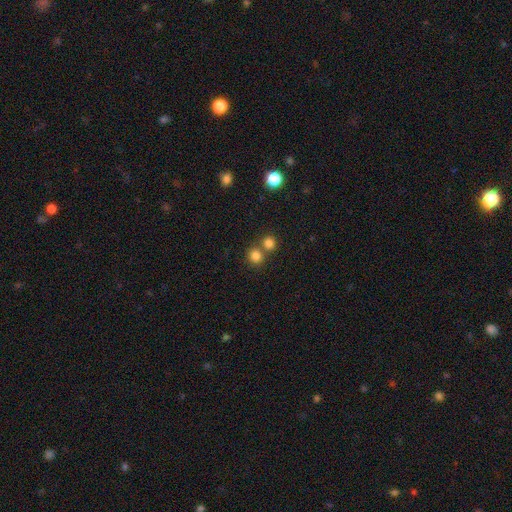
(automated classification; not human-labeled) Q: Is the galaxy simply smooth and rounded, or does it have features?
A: smooth — 81%.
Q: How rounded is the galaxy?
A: round — 89%.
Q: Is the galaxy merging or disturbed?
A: none — 60%.